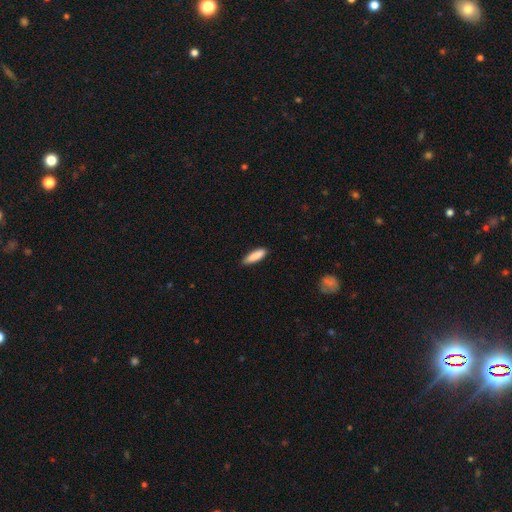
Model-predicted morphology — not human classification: smooth-or-featured: smooth: 88% | star or artifact: 6% | featured or disk: 6%
  how-rounded: cigar-shaped: 59% | in between: 40% | round: 1%
  merging: none: 84% | minor disturbance: 13% | major disturbance: 2% | merger: 1%